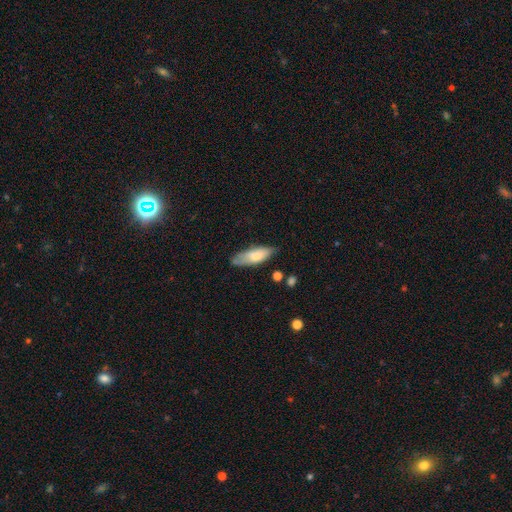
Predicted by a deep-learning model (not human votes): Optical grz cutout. It shows a smooth galaxy with no disk features (75%) that is in between round and cigar-shaped (63%). Merging: none (64%).